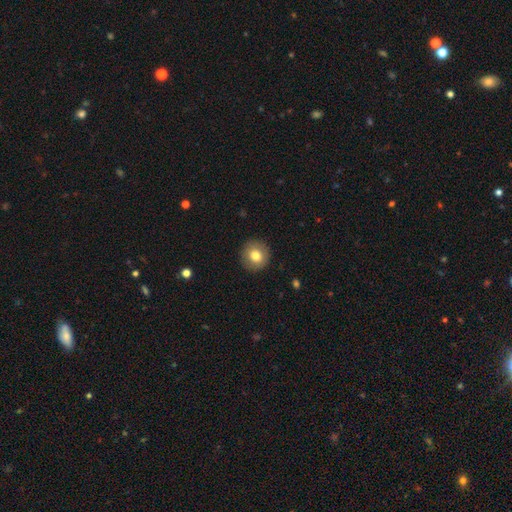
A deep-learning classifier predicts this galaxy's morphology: A smooth galaxy with no disk features (78%) that is round (94%).

Vote fractions:
- Smooth or featured? smooth: 78% / featured or disk: 13% / star or artifact: 9%
- How rounded? round: 94% / in between: 5% / cigar-shaped: 1%
- Merging? none: 91% / minor disturbance: 6% / major disturbance: 2% / merger: 1%